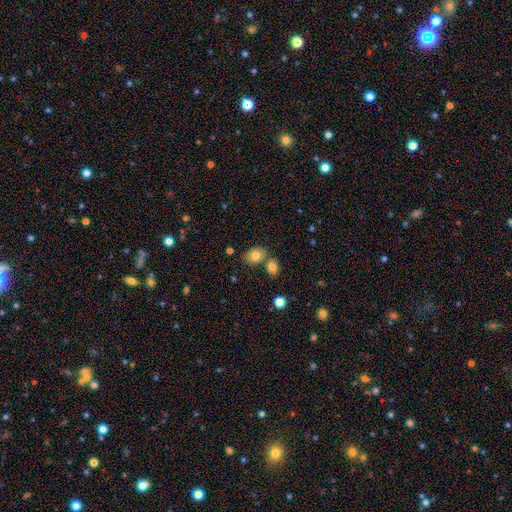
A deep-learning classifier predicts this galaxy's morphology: A smooth galaxy with no disk features (79%) that is in between round and cigar-shaped (72%). Merging: none (61%).